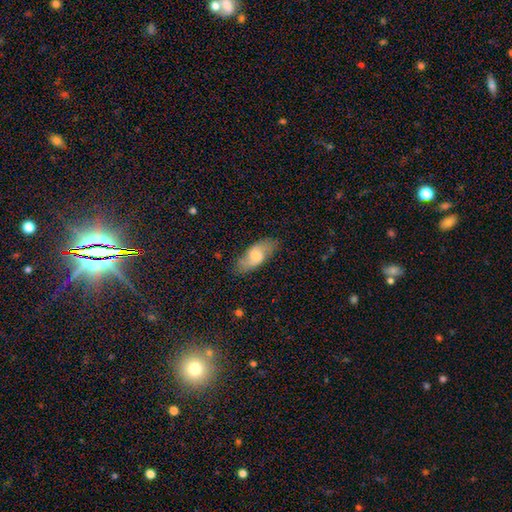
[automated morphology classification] A smooth galaxy with no disk features (52%) that is in between round and cigar-shaped (83%). Merging: none (78%).